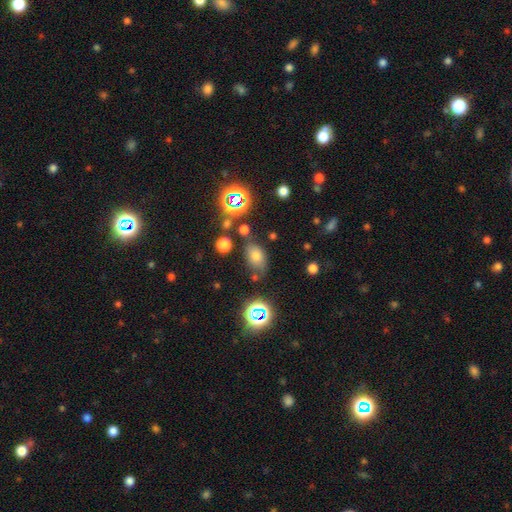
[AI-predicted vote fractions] Q: Smooth or featured?
A: smooth (67%); runner-up: star or artifact (20%)
Q: How rounded?
A: in between (83%); runner-up: round (15%)
Q: Merging?
A: none (68%); runner-up: minor disturbance (18%)